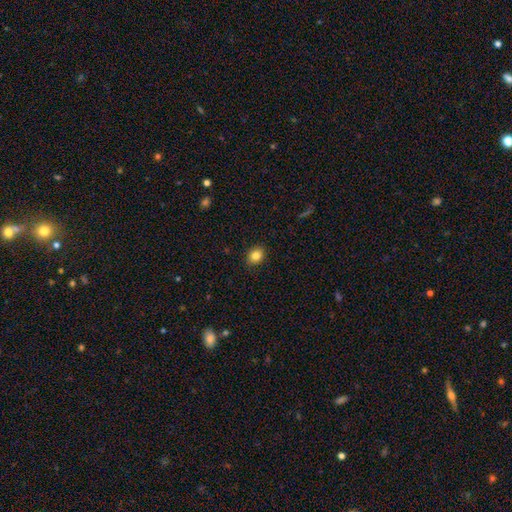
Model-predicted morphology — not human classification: A smooth galaxy with no disk features (84%) that is round (50%). Merging: none (89%).